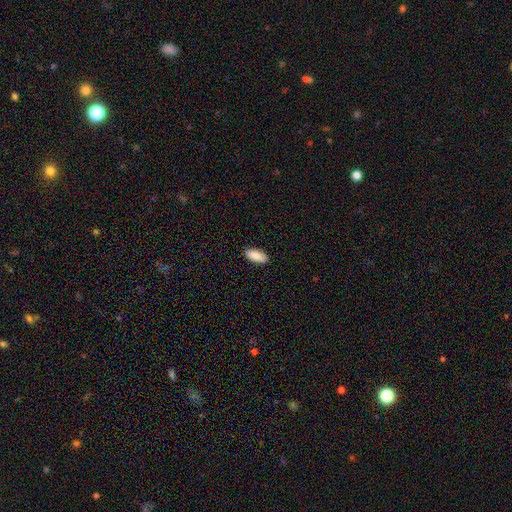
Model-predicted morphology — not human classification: This appears to be a smooth galaxy with no disk features (90%) that is in between round and cigar-shaped (85%). Merging: none (89%).